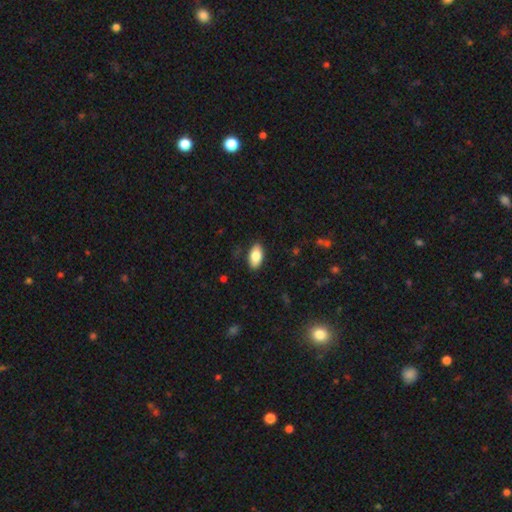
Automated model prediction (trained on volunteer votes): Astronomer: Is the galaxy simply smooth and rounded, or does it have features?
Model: smooth — 81%.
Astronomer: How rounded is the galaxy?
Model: in between — 92%.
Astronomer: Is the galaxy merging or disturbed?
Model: none — 85%.